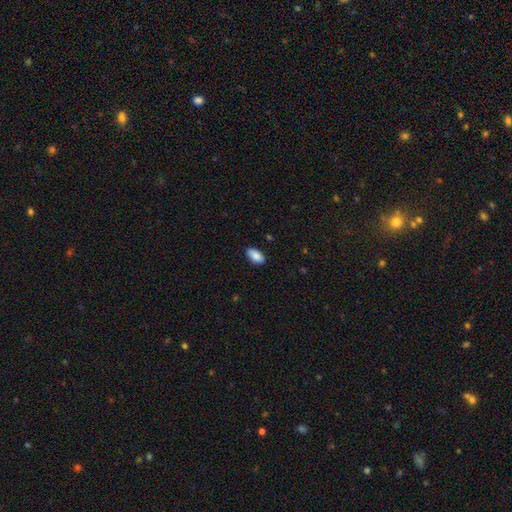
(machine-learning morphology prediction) Smooth or featured? smooth (87%)
How rounded? in between (95%)
Merging? none (87%)